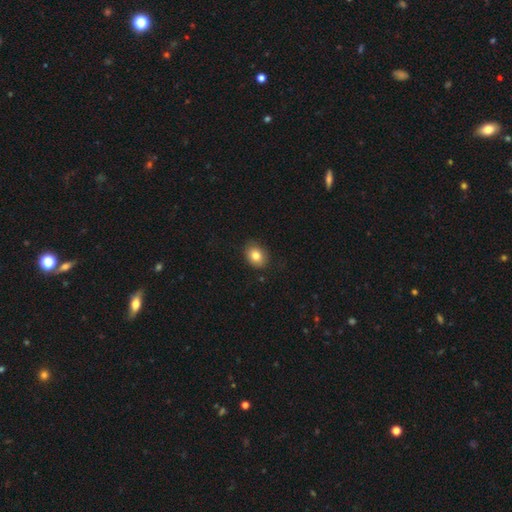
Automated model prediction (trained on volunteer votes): Q: Smooth or featured?
A: smooth (82%); runner-up: star or artifact (9%)
Q: How rounded?
A: in between (60%); runner-up: round (40%)
Q: Merging?
A: none (86%); runner-up: minor disturbance (11%)